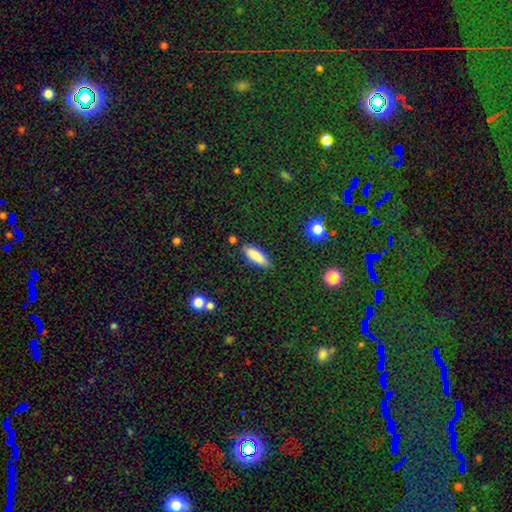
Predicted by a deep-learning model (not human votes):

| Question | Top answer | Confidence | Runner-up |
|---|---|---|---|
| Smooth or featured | smooth | 84% | featured or disk (9%) |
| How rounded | in between | 63% | cigar-shaped (35%) |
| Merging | none | 82% | minor disturbance (13%) |